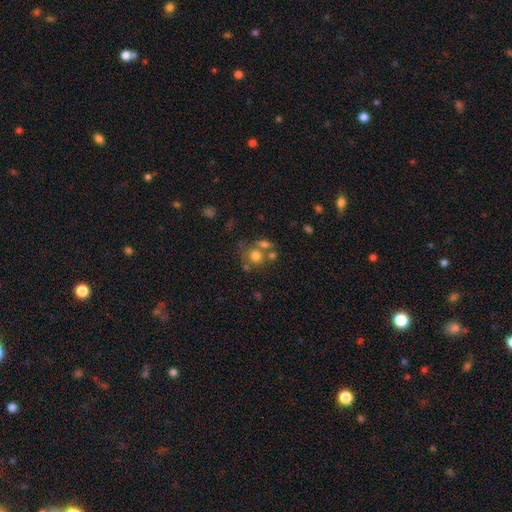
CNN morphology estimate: This is likely a smooth galaxy (69%). How rounded: likely round (76%). Merging: marginally none (43%).